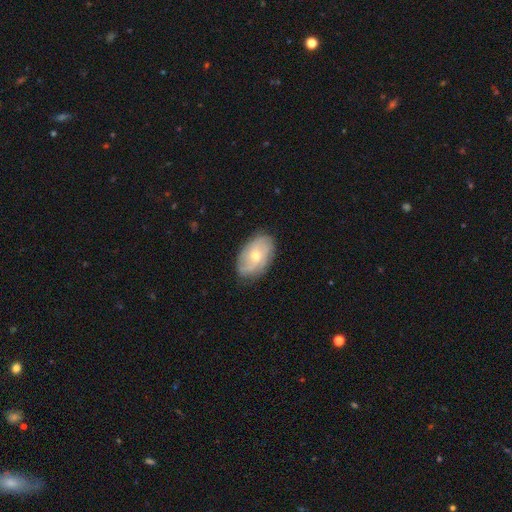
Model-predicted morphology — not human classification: Q: Smooth or featured?
A: featured or disk (67%); runner-up: smooth (27%)
Q: Edge-on disk?
A: no (95%); runner-up: yes (5%)
Q: Bar?
A: no (74%); runner-up: weak (23%)
Q: Spiral arms?
A: yes (87%); runner-up: no (13%)
Q: Spiral winding?
A: tight (56%); runner-up: medium (32%)
Q: Spiral arm count?
A: can't tell (41%); runner-up: 2 (24%)
Q: Bulge size?
A: moderate (53%); runner-up: small (43%)
Q: Merging?
A: none (78%); runner-up: minor disturbance (17%)